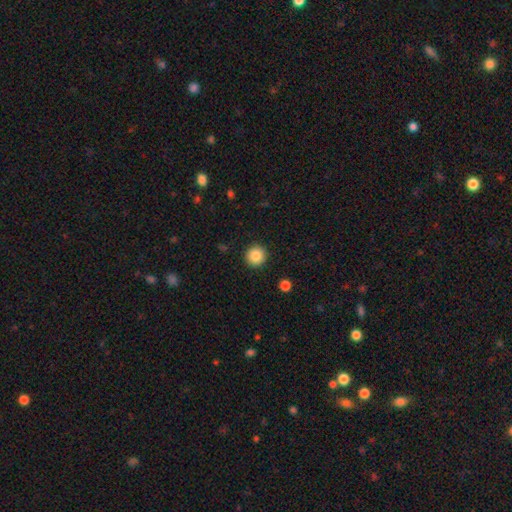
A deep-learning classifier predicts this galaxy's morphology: A smooth galaxy with no disk features (86%) that is round (95%).

Vote fractions:
- Smooth or featured? smooth: 86% / star or artifact: 9% / featured or disk: 4%
- How rounded? round: 95% / in between: 4% / cigar-shaped: 1%
- Merging? none: 92% / minor disturbance: 5% / major disturbance: 2% / merger: 1%